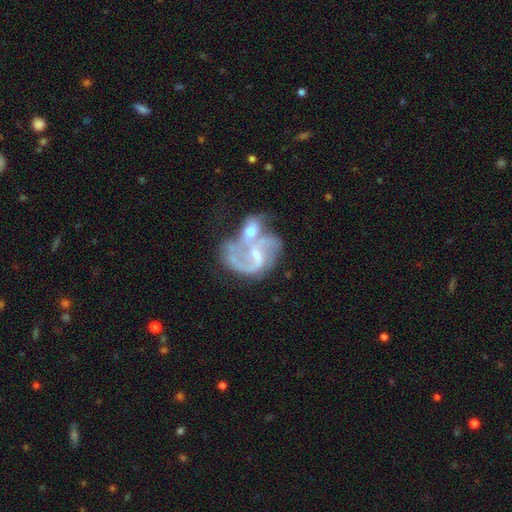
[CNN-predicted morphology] Smooth or featured: featured or disk — 80% (smooth — 12%)
Edge-on disk: no — 98% (yes — 2%)
Bar: weak — 49% (no — 34%)
Spiral arms: yes — 86% (no — 14%)
Spiral winding: loose — 45% (medium — 42%)
Spiral arm count: 2 — 58% (can't tell — 15%)
Bulge size: small — 45% (moderate — 31%)
Merging: merger — 56% (major disturbance — 18%)